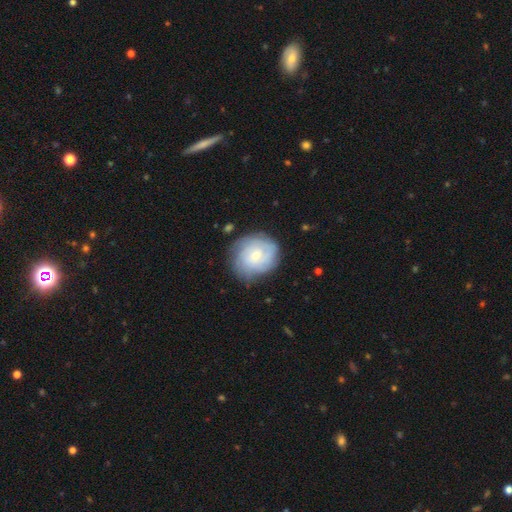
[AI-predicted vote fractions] The model was most divided on "smooth or featured": featured or disk: 55%, smooth: 37%, star or artifact: 7%. More confident: edge-on disk — no (97%); spiral arms — yes (80%); bar — no (77%); merging — none (74%); bulge size — small (65%).